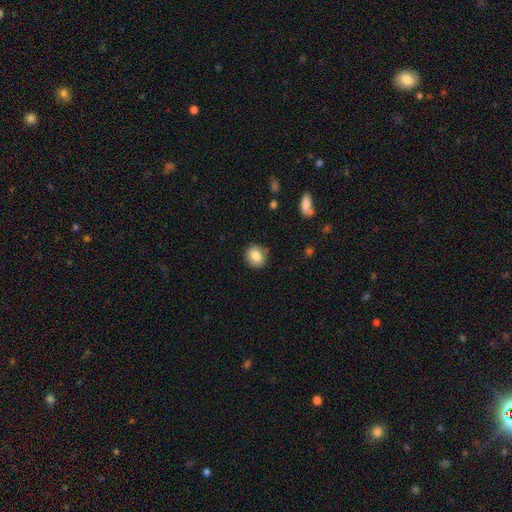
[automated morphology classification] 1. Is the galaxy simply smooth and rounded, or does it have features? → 82% smooth, 9% featured or disk, 9% star or artifact.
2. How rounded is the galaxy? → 78% round, 21% in between, 1% cigar-shaped.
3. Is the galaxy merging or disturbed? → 85% none, 11% minor disturbance, 2% major disturbance, 1% merger.